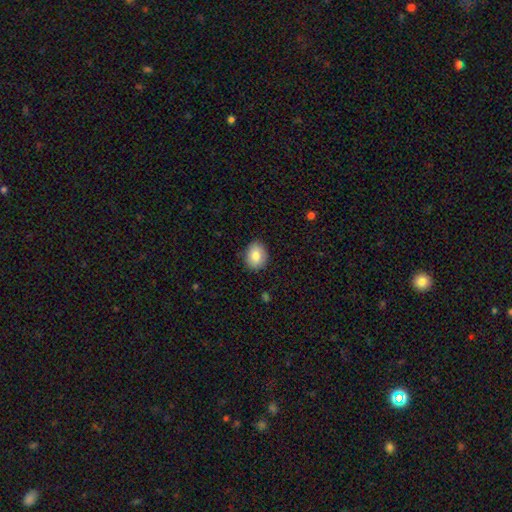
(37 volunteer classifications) Smooth or featured: smooth — 95% (featured or disk — 5%)
How rounded: in between — 60% (round — 40%)
Merging: none — 70% (minor disturbance — 22%)